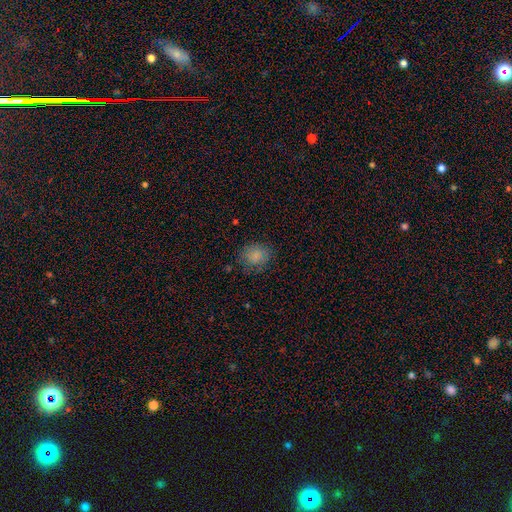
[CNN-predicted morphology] This is clearly a smooth galaxy (83%). How rounded: likely round (70%). Merging: likely none (74%).